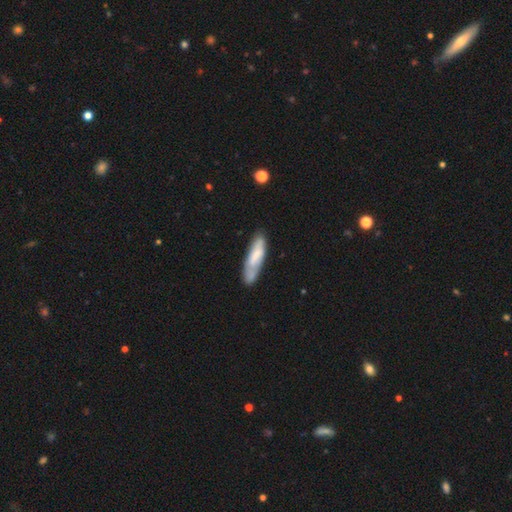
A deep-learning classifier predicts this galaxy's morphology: type=smooth (62%); roundness=cigar-shaped (67%); merging=none (66%).